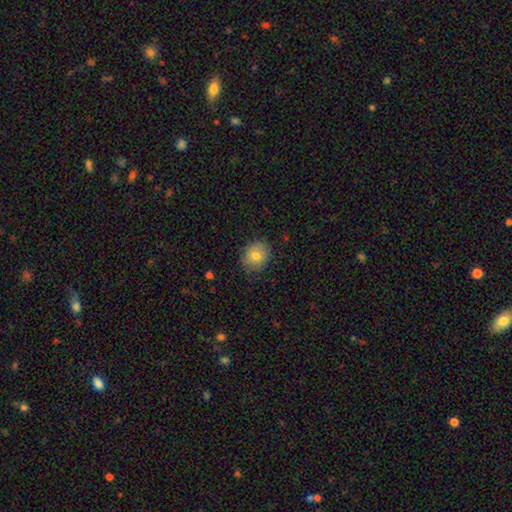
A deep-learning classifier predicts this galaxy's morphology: smooth-or-featured: smooth: 78% | featured or disk: 12% | star or artifact: 9%
  how-rounded: round: 68% | in between: 31% | cigar-shaped: 1%
  merging: none: 82% | minor disturbance: 14% | major disturbance: 3% | merger: 1%